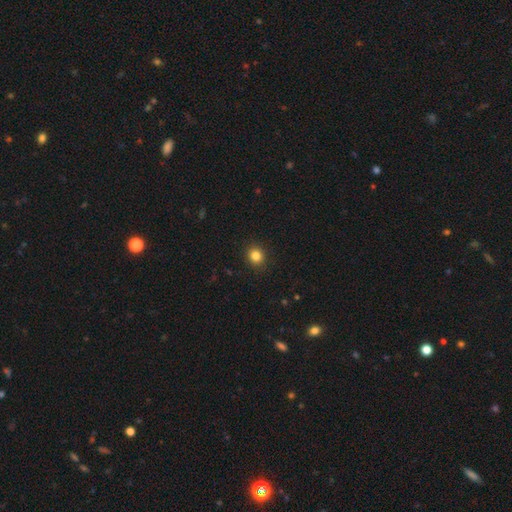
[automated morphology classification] smooth 84%, star or artifact 12%, featured or disk 4%. Down the decision tree: how rounded — round (83%); merging — none (92%).